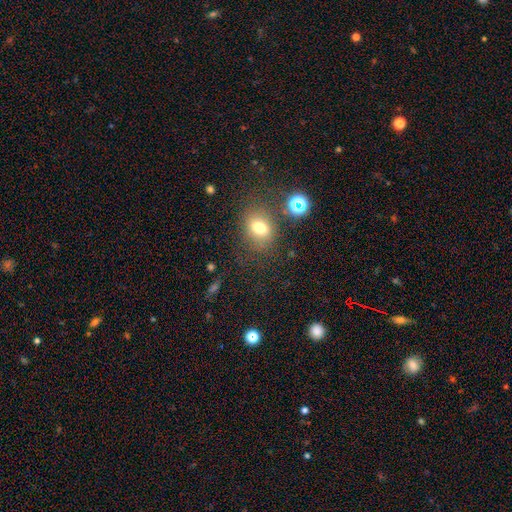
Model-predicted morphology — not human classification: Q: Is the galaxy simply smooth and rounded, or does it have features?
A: smooth — 63%.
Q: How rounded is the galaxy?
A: round — 58%.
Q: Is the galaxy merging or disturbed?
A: none — 78%.